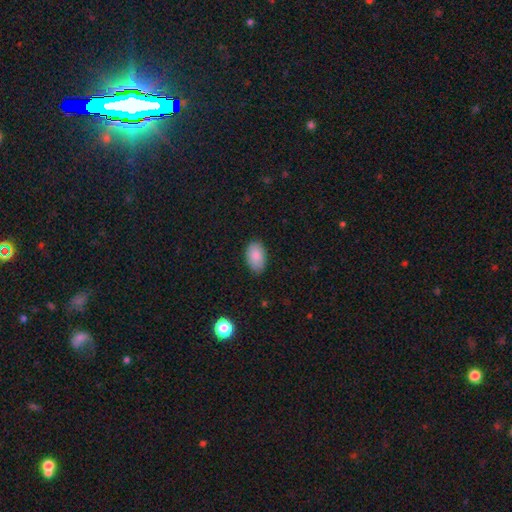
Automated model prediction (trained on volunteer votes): Smooth or featured? Predicted: smooth (p=0.88). How rounded? Predicted: in between (p=0.93). Merging? Predicted: none (p=0.83).